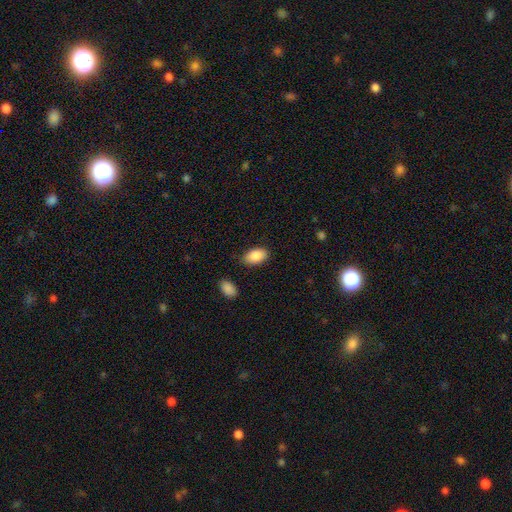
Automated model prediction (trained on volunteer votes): The model was most divided on "merging": none: 81%, minor disturbance: 13%, major disturbance: 3%, merger: 2%. More confident: how rounded — in between (94%); smooth or featured — smooth (88%).